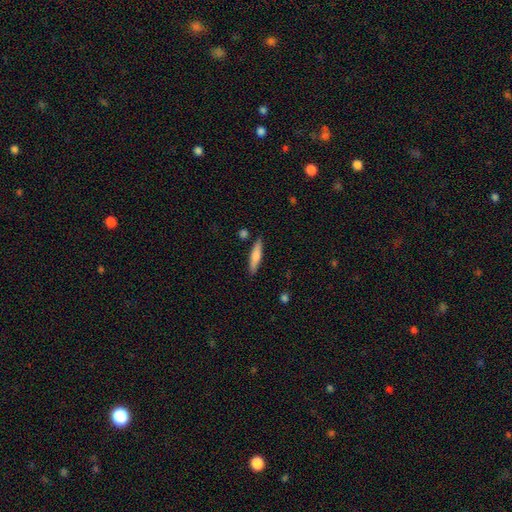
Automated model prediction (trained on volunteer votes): smooth 67%, featured or disk 27%, star or artifact 6%. Down the decision tree: how rounded — cigar-shaped (84%); merging — none (86%).